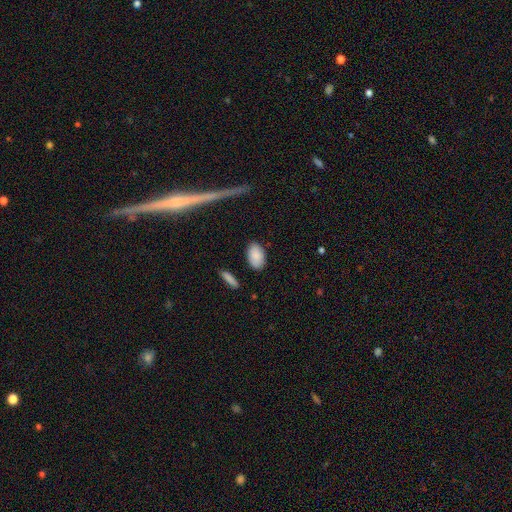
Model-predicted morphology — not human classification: The model was most divided on "merging": none: 85%, minor disturbance: 10%, major disturbance: 2%, merger: 2%. More confident: how rounded — in between (93%); smooth or featured — smooth (88%).